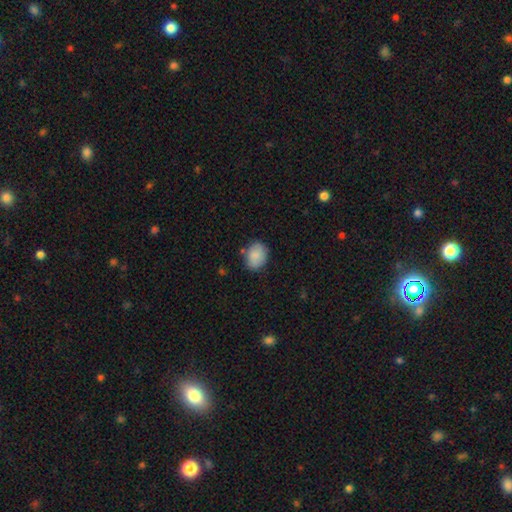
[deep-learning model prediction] Smooth or featured? Predicted: smooth (p=0.86). How rounded? Predicted: in between (p=0.61). Merging? Predicted: none (p=0.77).